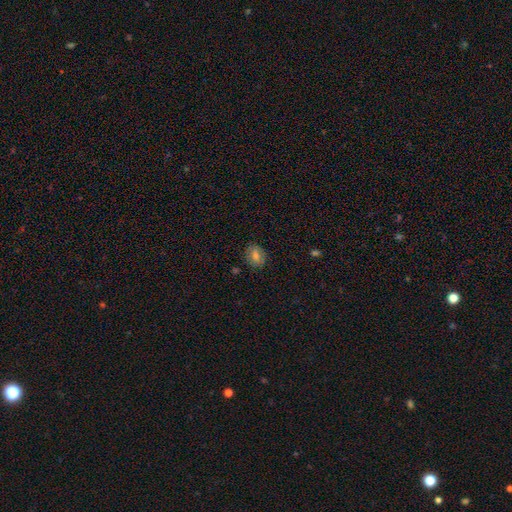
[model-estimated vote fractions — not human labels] Smooth or featured? smooth (67%)
How rounded? round (63%)
Merging? none (85%)